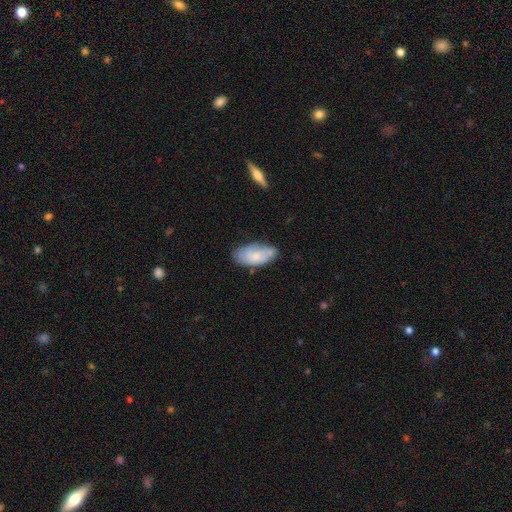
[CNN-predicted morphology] Overall: smooth (69%). How rounded: in between (93%). Merging: none (61%; minor disturbance 30%).